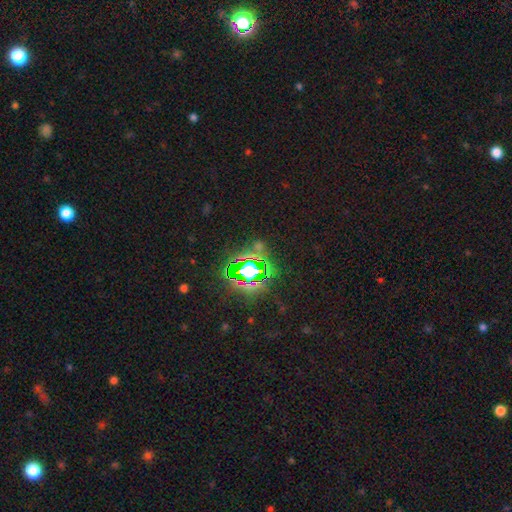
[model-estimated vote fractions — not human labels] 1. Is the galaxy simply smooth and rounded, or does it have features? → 82% star or artifact, 11% smooth, 7% featured or disk.